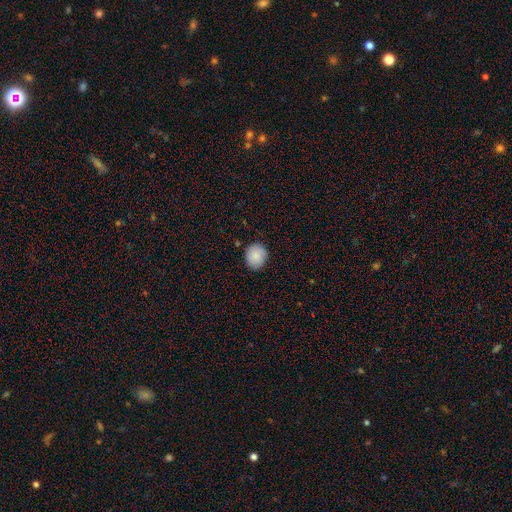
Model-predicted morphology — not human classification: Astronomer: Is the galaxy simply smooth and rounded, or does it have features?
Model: smooth — 87%.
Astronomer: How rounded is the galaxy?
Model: round — 74%.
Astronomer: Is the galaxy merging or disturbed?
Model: none — 86%.